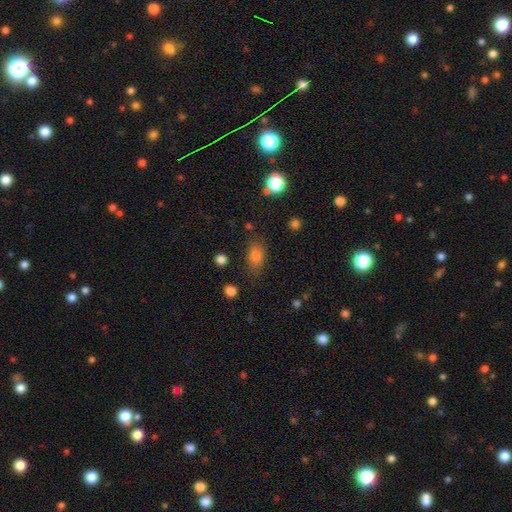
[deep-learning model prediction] Smooth or featured?
  - smooth: 80% *
  - star or artifact: 12%
  - featured or disk: 8%
How rounded?
  - in between: 81% *
  - round: 15%
  - cigar-shaped: 4%
Merging?
  - none: 73% *
  - minor disturbance: 17%
  - major disturbance: 6%
  - merger: 3%